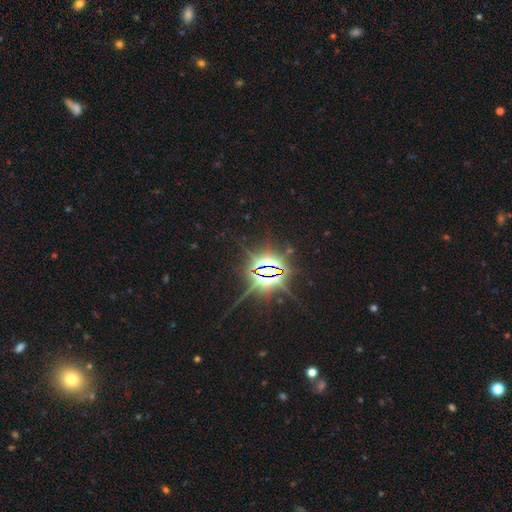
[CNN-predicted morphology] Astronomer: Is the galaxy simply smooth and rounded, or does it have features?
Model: star or artifact — 86%.